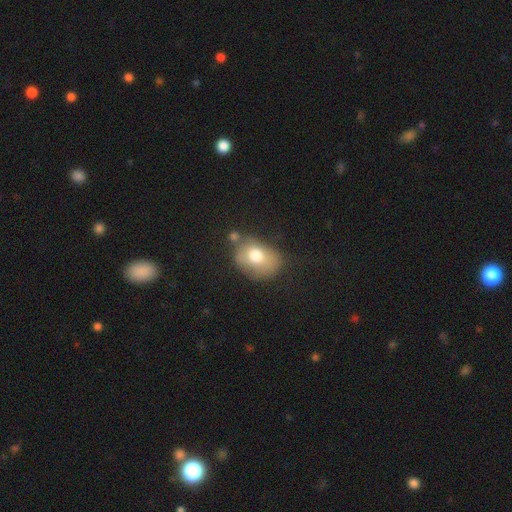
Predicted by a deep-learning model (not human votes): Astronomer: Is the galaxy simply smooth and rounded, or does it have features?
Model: smooth — 73%.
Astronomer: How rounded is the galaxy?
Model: in between — 71%.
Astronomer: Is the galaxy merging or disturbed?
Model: none — 51%.